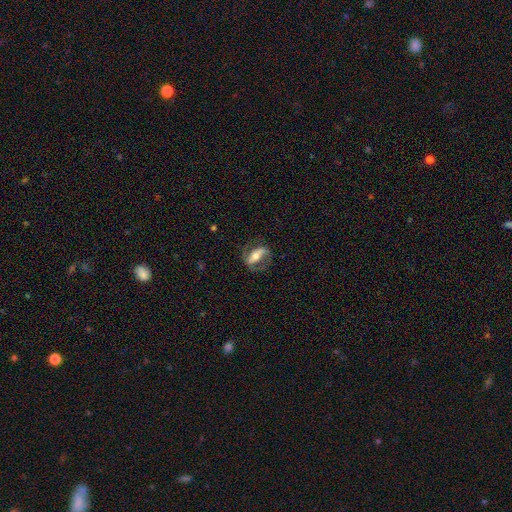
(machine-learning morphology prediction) Smooth or featured? featured or disk (69%)
Edge-on disk? no (84%)
Bar? strong (59%)
Spiral arms? yes (77%)
Bulge size? moderate (56%)
Merging? none (67%)